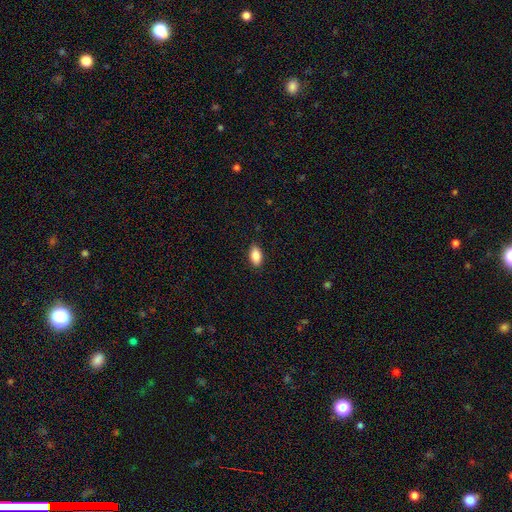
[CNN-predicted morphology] A smooth galaxy with no disk features (87%) that is in between round and cigar-shaped (92%). Merging: none (88%).